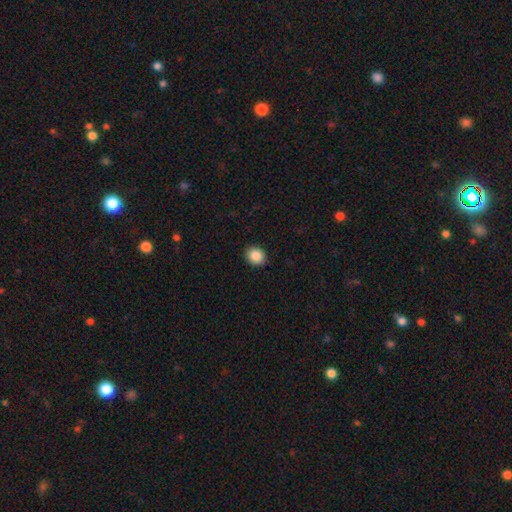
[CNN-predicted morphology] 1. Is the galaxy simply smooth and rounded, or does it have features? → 87% smooth, 9% star or artifact, 5% featured or disk.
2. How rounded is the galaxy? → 65% round, 34% in between, 1% cigar-shaped.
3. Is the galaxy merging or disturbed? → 91% none, 7% minor disturbance, 2% major disturbance, 1% merger.